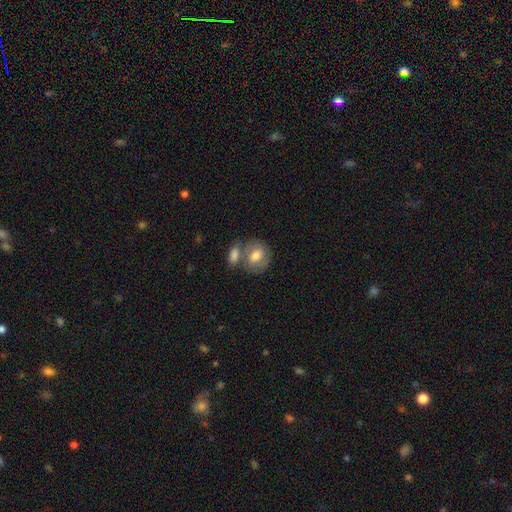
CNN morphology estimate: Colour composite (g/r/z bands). It shows a smooth galaxy with no disk features (69%) that is in between round and cigar-shaped (56%). Merging: none (42%).